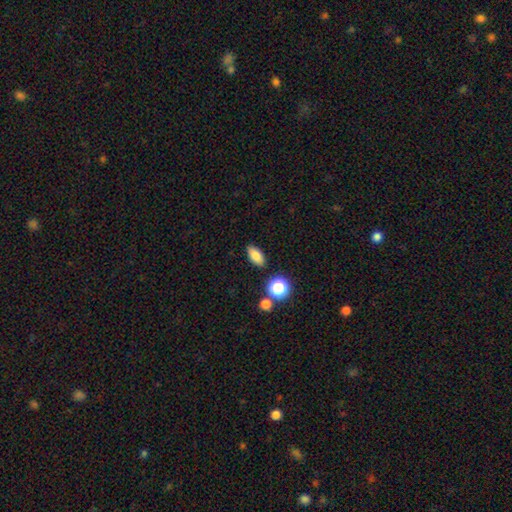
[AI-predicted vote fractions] The model was most divided on "smooth or featured": smooth: 80%, star or artifact: 11%, featured or disk: 9%. More confident: merging — none (87%); how rounded — in between (86%).